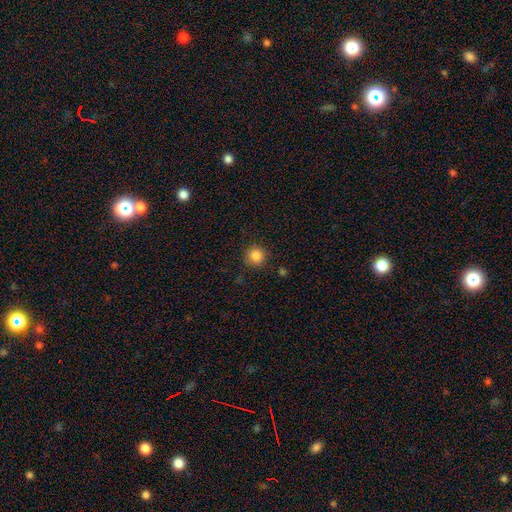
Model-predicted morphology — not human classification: This appears to be a smooth galaxy with no disk features (85%) that is round (94%). Merging: none (88%).